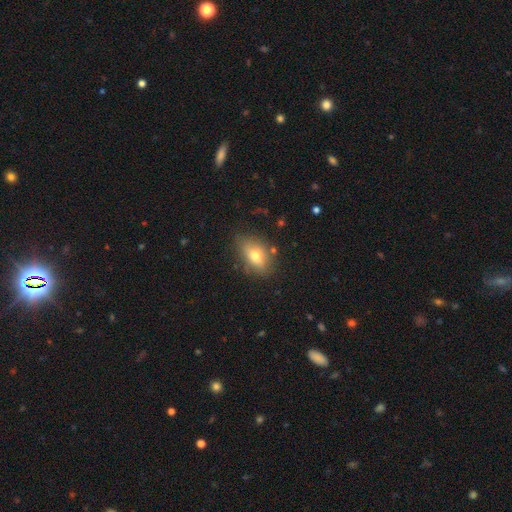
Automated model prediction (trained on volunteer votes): Smooth or featured: smooth — 70% (featured or disk — 20%)
How rounded: in between — 85% (round — 11%)
Merging: none — 74% (minor disturbance — 18%)